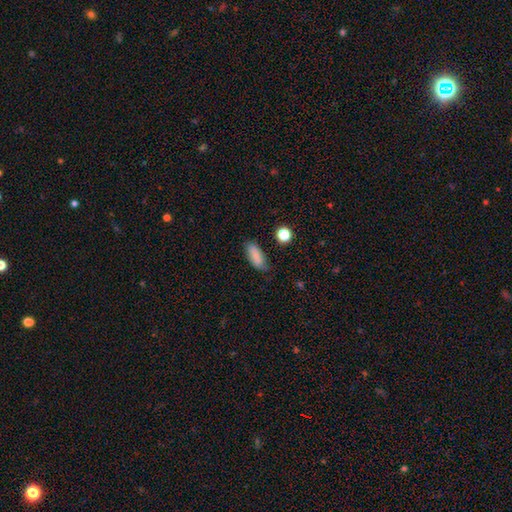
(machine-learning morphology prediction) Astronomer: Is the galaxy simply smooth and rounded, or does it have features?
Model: smooth — 83%.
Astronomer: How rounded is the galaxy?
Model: in between — 75%.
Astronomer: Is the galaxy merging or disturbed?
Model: none — 70%.